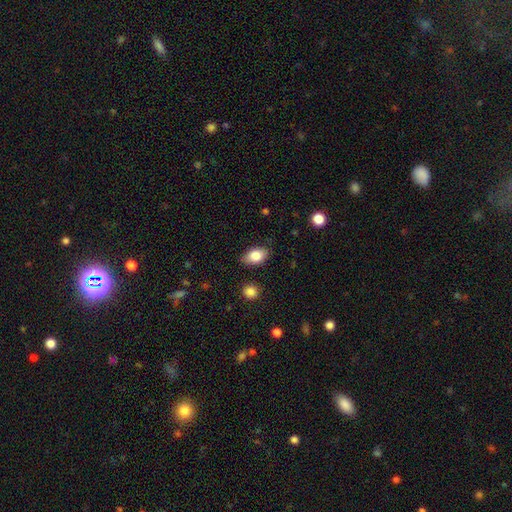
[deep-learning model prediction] smooth_or_featured: smooth (p=0.84) [alt: featured or disk p=0.09]
how_rounded: in between (p=0.87) [alt: round p=0.11]
merging: none (p=0.81) [alt: minor disturbance p=0.14]